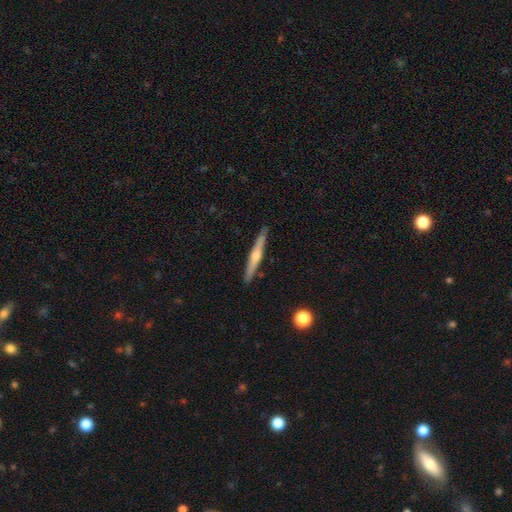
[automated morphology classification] type=featured or disk (62%); edge-on=yes (97%); edge-on bulge=rounded (82%); merging=none (90%).